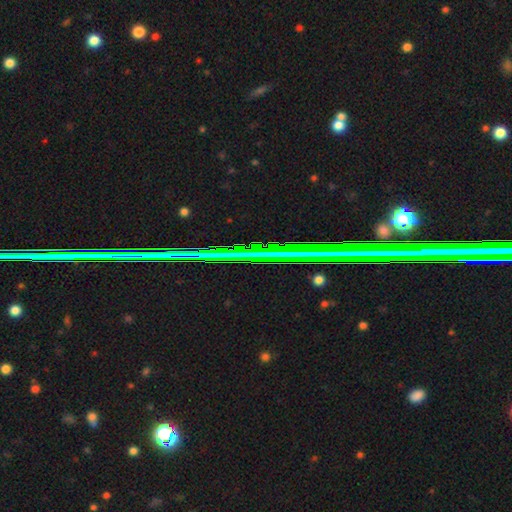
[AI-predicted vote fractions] A star or artifact, not a galaxy (78%).